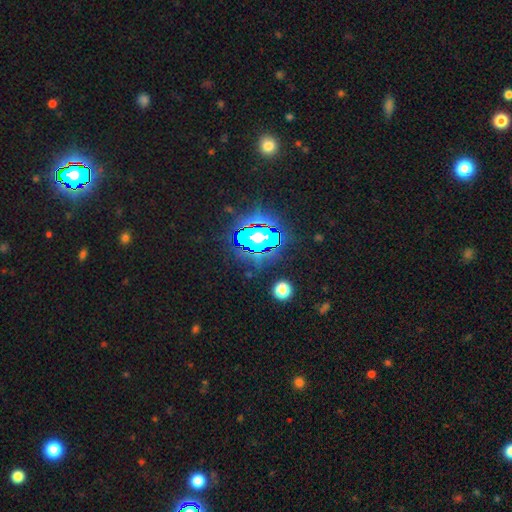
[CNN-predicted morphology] The model was most divided on "smooth or featured": star or artifact: 80%, smooth: 12%, featured or disk: 8%.